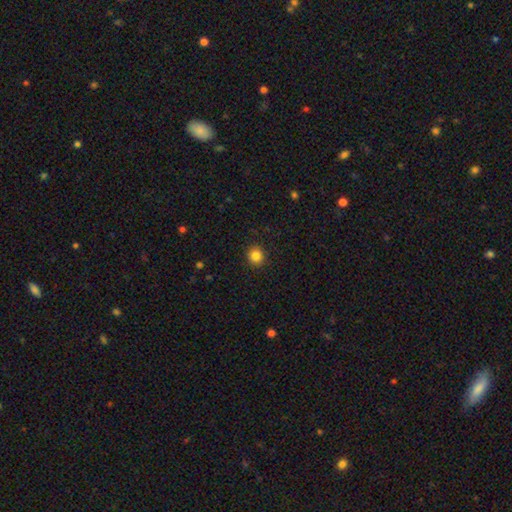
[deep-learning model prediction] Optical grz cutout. It shows a smooth galaxy with no disk features (85%) that is round (89%). Merging: none (92%).